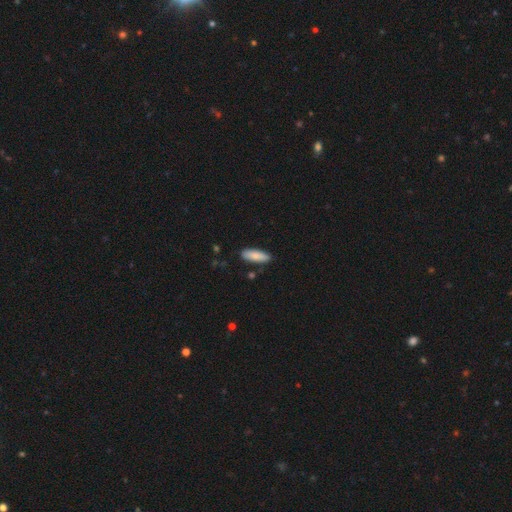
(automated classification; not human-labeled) Smooth or featured? smooth (85%)
How rounded? in between (57%)
Merging? none (85%)